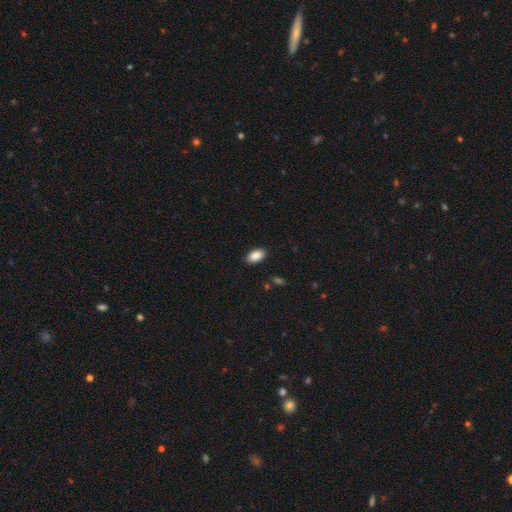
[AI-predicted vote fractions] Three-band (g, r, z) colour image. It shows a smooth galaxy with no disk features (89%) that is in between round and cigar-shaped (94%). Merging: none (89%).